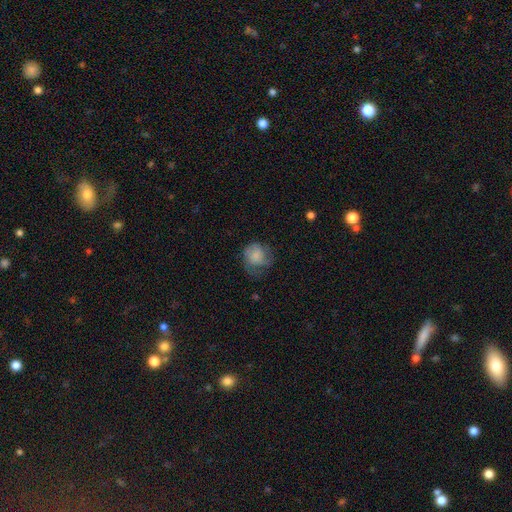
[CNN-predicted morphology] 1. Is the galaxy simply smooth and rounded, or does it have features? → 68% smooth, 24% featured or disk, 8% star or artifact.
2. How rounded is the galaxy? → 75% round, 24% in between, 1% cigar-shaped.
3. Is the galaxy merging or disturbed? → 46% none, 30% minor disturbance, 23% major disturbance, 1% merger.